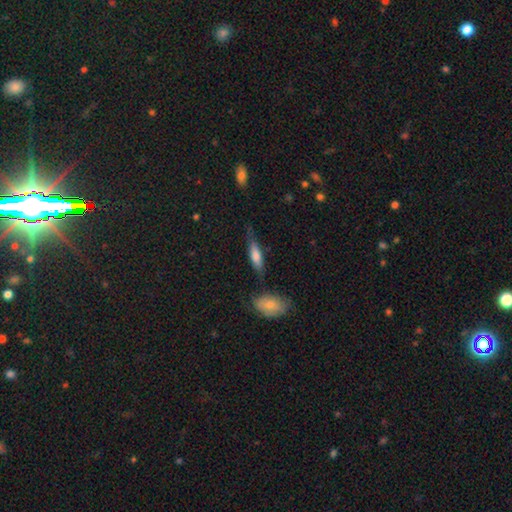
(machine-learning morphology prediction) Q: Smooth or featured?
A: smooth (68%); runner-up: featured or disk (25%)
Q: How rounded?
A: cigar-shaped (57%); runner-up: in between (41%)
Q: Merging?
A: none (64%); runner-up: minor disturbance (22%)